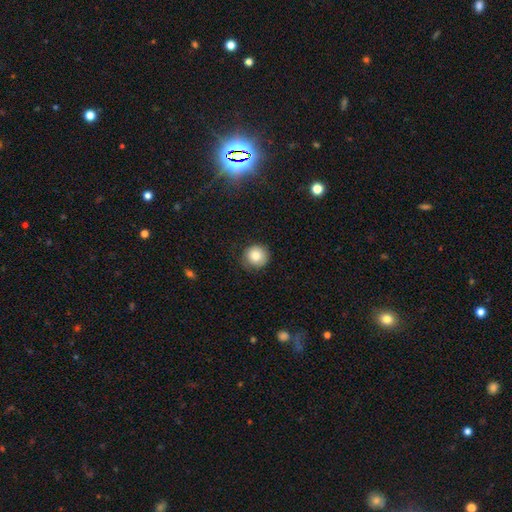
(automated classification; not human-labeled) Smooth or featured: smooth — 83% (star or artifact — 9%)
How rounded: round — 93% (in between — 6%)
Merging: none — 75% (minor disturbance — 18%)